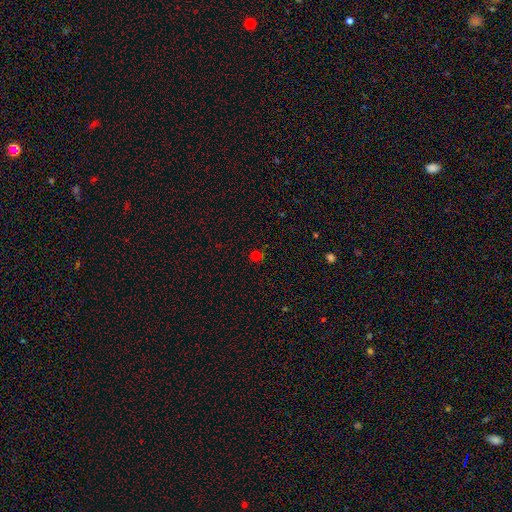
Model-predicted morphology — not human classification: Overall: smooth (65%; star or artifact 29%). How rounded: round (90%). Merging: none (79%).